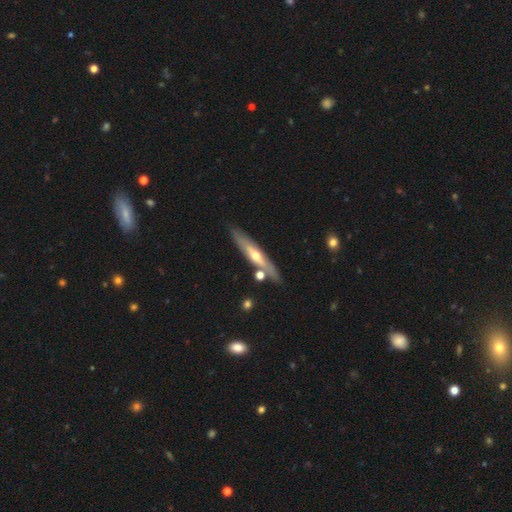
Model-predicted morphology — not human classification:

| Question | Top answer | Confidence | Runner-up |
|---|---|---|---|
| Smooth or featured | featured or disk | 66% | smooth (28%) |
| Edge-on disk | yes | 79% | no (21%) |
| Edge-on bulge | rounded | 82% | none (16%) |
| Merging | none | 81% | minor disturbance (12%) |